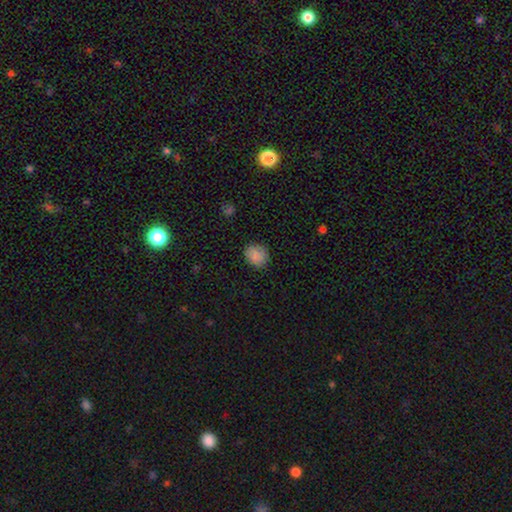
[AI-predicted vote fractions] Overall: smooth (83%). How rounded: round (68%; in between 31%). Merging: none (80%).